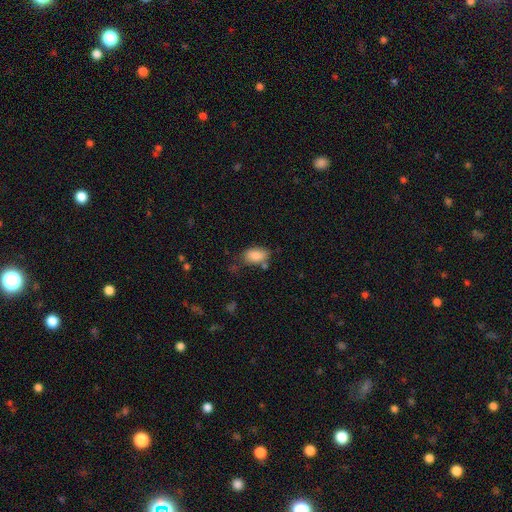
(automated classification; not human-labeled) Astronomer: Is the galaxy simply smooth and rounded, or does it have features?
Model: smooth — 86%.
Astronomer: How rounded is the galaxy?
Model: in between — 91%.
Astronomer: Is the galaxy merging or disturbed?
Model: none — 63%.